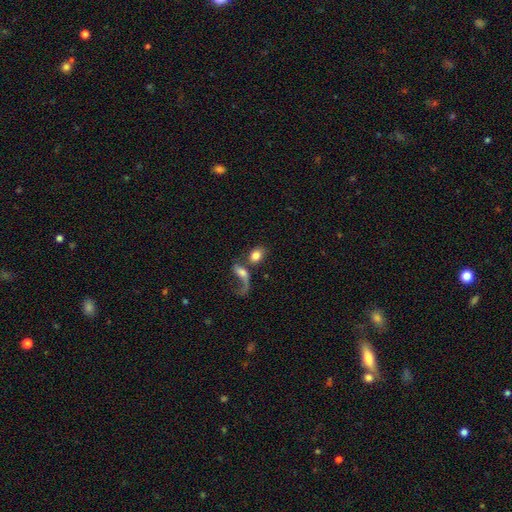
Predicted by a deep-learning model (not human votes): Q: Smooth or featured?
A: smooth (73%); runner-up: featured or disk (19%)
Q: How rounded?
A: in between (71%); runner-up: round (25%)
Q: Merging?
A: merger (44%); runner-up: none (31%)